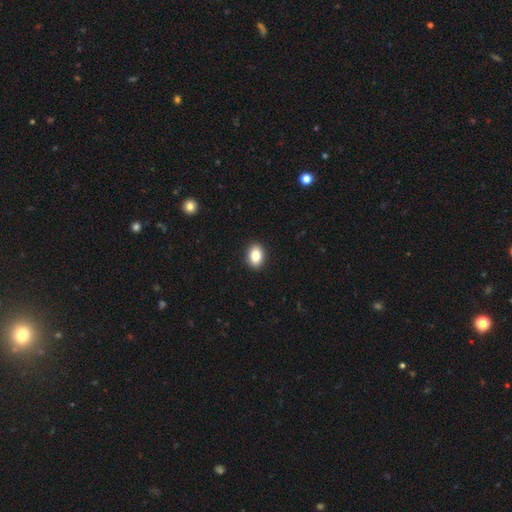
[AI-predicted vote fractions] Smooth or featured? Predicted: smooth (p=0.86). How rounded? Predicted: in between (p=0.80). Merging? Predicted: none (p=0.91).